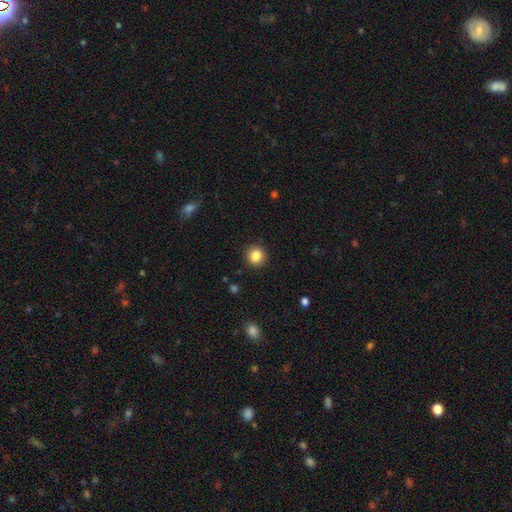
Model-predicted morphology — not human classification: Smooth or featured?
  - smooth: 85% *
  - star or artifact: 10%
  - featured or disk: 5%
How rounded?
  - round: 91% *
  - in between: 8%
  - cigar-shaped: 1%
Merging?
  - none: 91% *
  - minor disturbance: 6%
  - major disturbance: 2%
  - merger: 1%